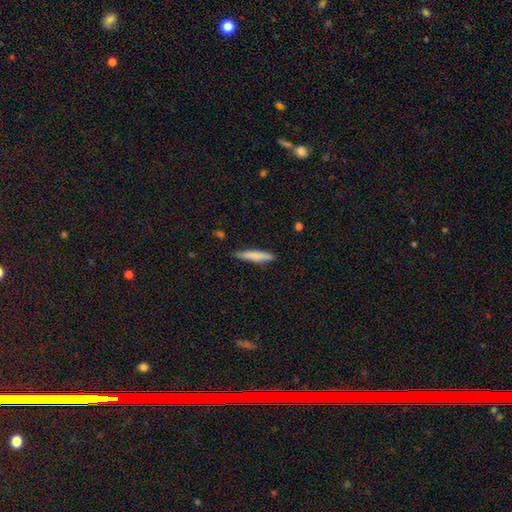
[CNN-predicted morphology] smooth-or-featured: smooth: 80% | featured or disk: 14% | star or artifact: 6%
  how-rounded: cigar-shaped: 90% | in between: 9% | round: 1%
  merging: none: 83% | minor disturbance: 13% | major disturbance: 2% | merger: 1%